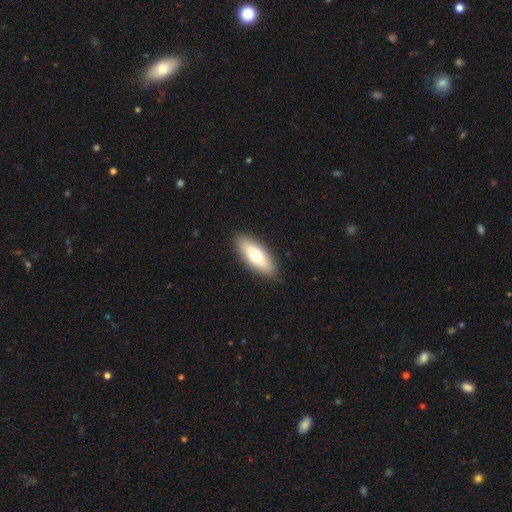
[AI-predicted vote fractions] Morphology: type=smooth (67%); roundness=in between (72%); merging=none (89%).